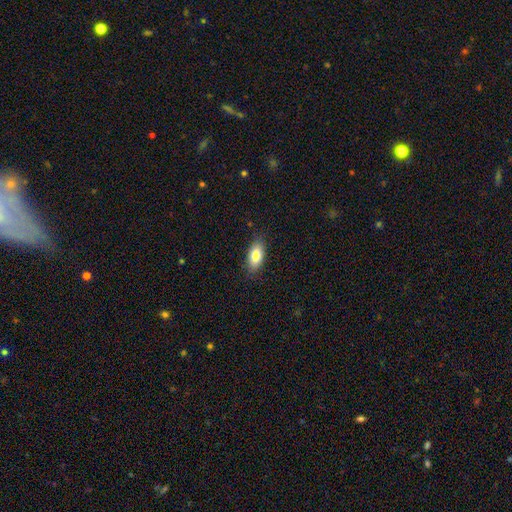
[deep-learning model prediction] Overall: smooth (83%). How rounded: in between (88%). Merging: none (84%).